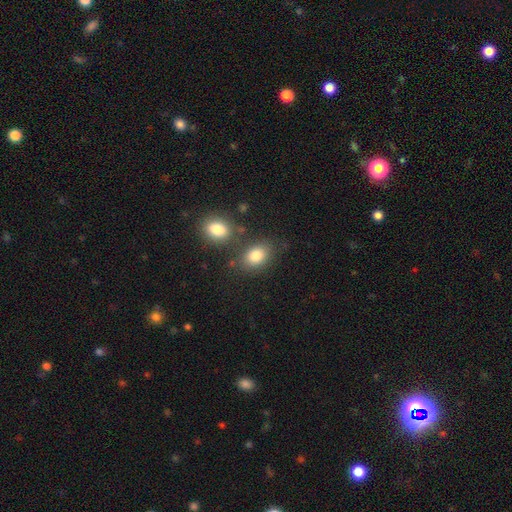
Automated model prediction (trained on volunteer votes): Smooth or featured? smooth (81%)
How rounded? in between (73%)
Merging? none (68%)